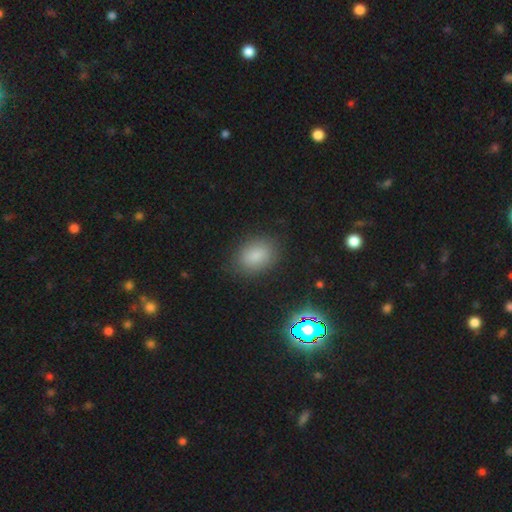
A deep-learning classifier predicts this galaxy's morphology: Overall: smooth (81%). How rounded: in between (77%). Merging: none (83%).